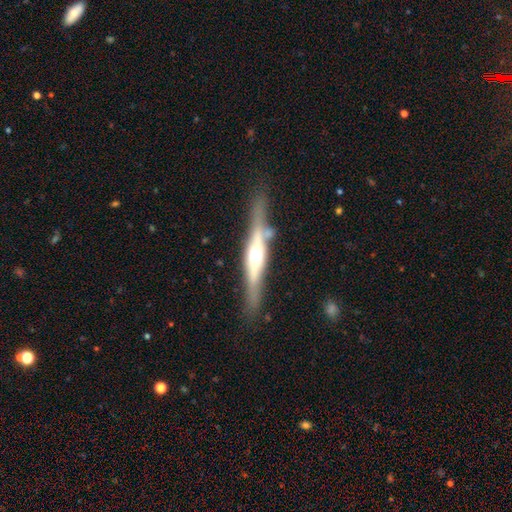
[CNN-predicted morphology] This appears to be a featured or disk galaxy (72%) viewed edge-on (94%) with a rounded central bulge (87%). Merging: none (74%).